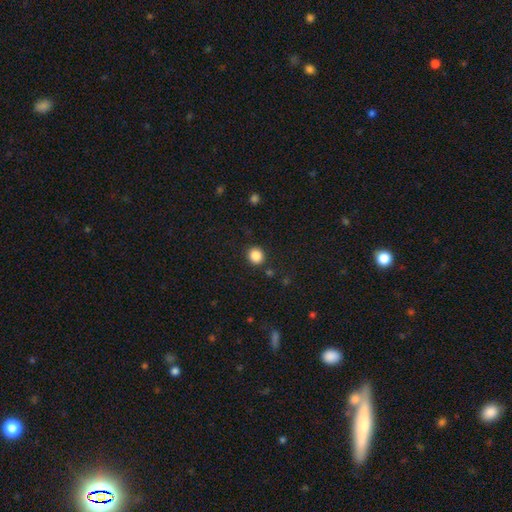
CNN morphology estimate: Smooth or featured: smooth — 86% (star or artifact — 11%)
How rounded: round — 86% (in between — 13%)
Merging: none — 89% (minor disturbance — 6%)